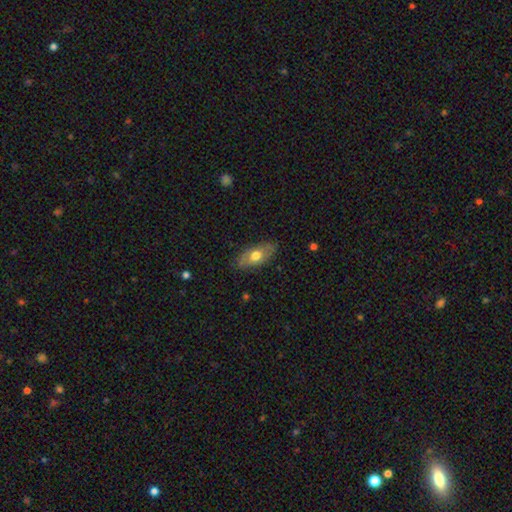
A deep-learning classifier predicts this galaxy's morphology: Overall: smooth (58%; featured or disk 36%). How rounded: in between (87%). Merging: none (82%).